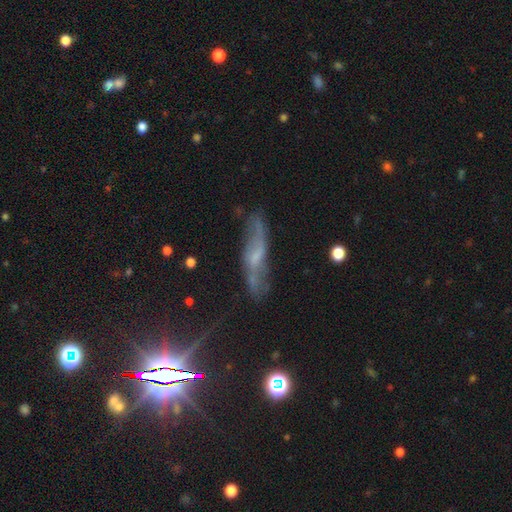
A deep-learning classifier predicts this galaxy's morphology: smooth-or-featured: featured or disk: 62% | smooth: 24% | star or artifact: 15%
  disk-edge-on: no: 59% | yes: 41%
  merging: none: 63% | minor disturbance: 23% | major disturbance: 10% | merger: 4%